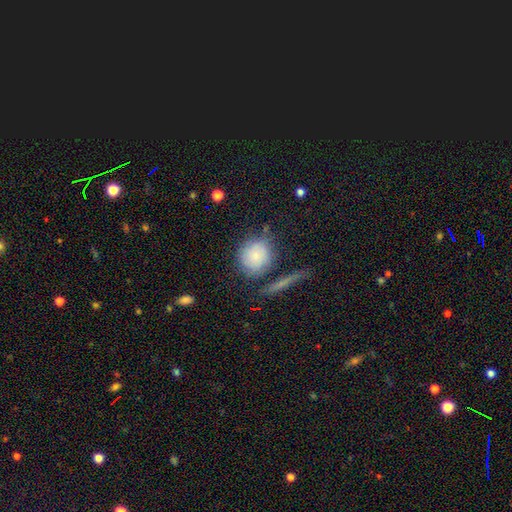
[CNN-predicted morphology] Smooth or featured: smooth — 78% (featured or disk — 14%)
How rounded: round — 83% (in between — 14%)
Merging: none — 64% (minor disturbance — 17%)